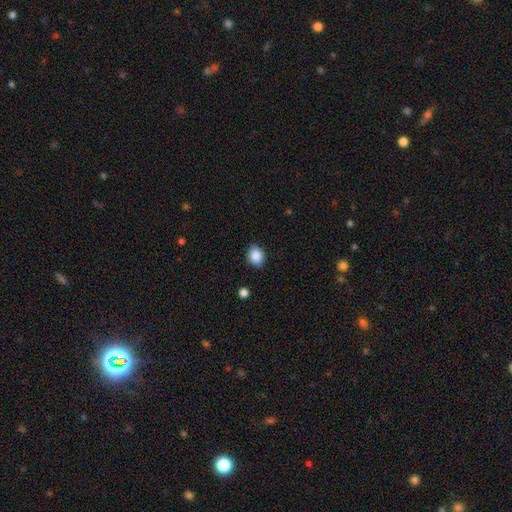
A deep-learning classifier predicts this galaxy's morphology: A smooth galaxy with no disk features (87%) that is in between round and cigar-shaped (56%). Merging: none (87%).